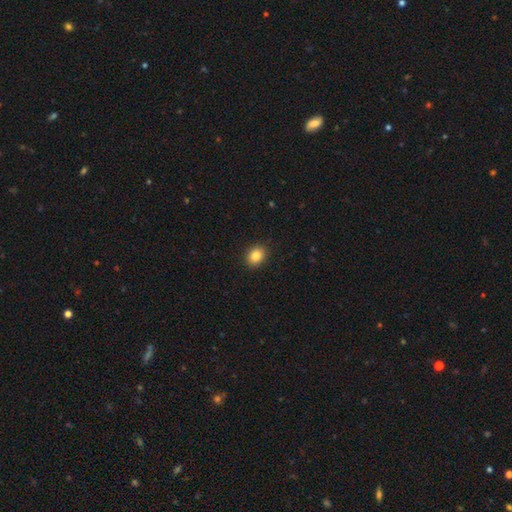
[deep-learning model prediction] This is clearly a smooth galaxy (84%). How rounded: possibly in between (50%). Merging: clearly none (90%).